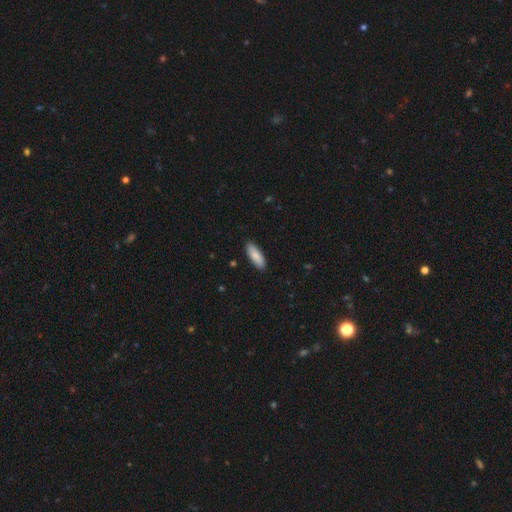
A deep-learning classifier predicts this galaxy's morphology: smooth_or_featured: smooth (p=0.84) [alt: featured or disk p=0.10]
how_rounded: in between (p=0.67) [alt: cigar-shaped p=0.32]
merging: none (p=0.89) [alt: minor disturbance p=0.09]